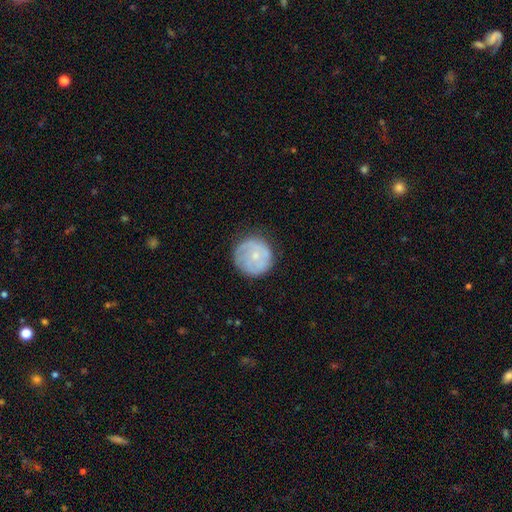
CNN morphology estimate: A smooth galaxy with no disk features (52%) that is round (94%). Merging: none (76%).